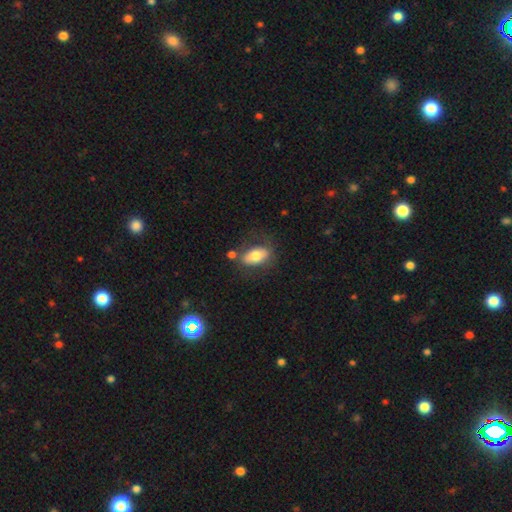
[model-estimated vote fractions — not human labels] Smooth or featured? smooth (68%)
How rounded? in between (89%)
Merging? none (63%)